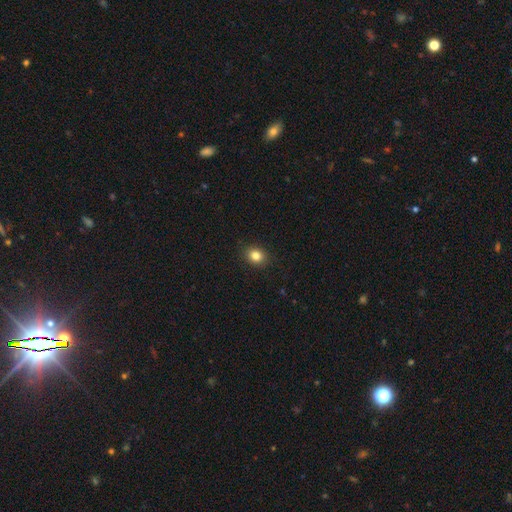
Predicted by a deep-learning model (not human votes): The model was most divided on "how rounded": round: 57%, in between: 42%, cigar-shaped: 1%. More confident: merging — none (90%); smooth or featured — smooth (83%).